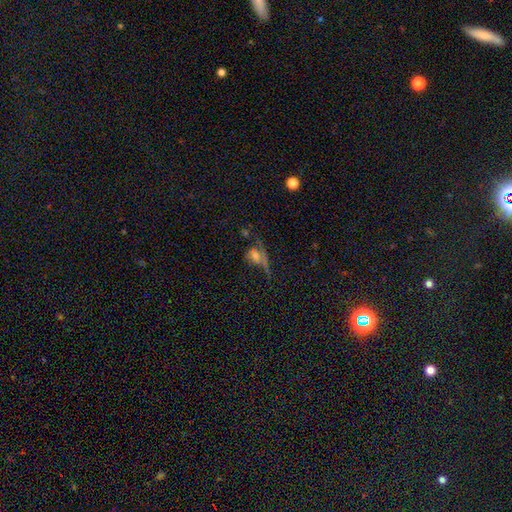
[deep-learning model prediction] A smooth galaxy with no disk features (43%).

Vote fractions:
- Smooth or featured? smooth: 43% / featured or disk: 30% / star or artifact: 28%
- Merging? none: 38% / major disturbance: 25% / merger: 19% / minor disturbance: 18%